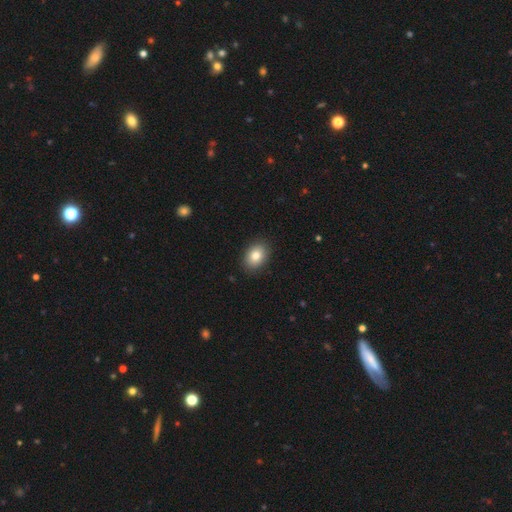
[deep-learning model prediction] Smooth or featured? smooth (82%)
How rounded? in between (74%)
Merging? none (89%)